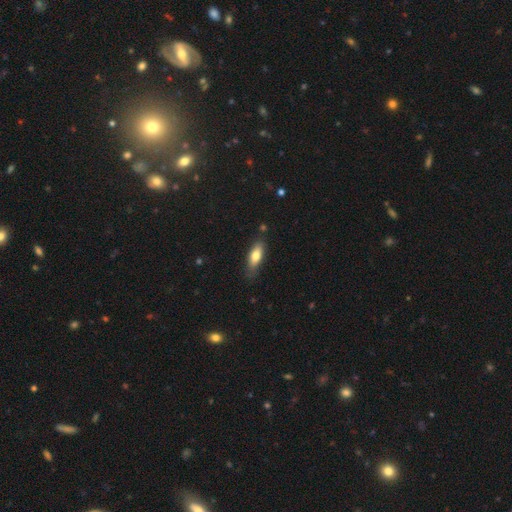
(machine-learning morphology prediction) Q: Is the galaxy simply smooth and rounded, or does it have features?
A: smooth — 74%.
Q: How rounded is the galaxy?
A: in between — 64%.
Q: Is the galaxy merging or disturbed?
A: none — 75%.